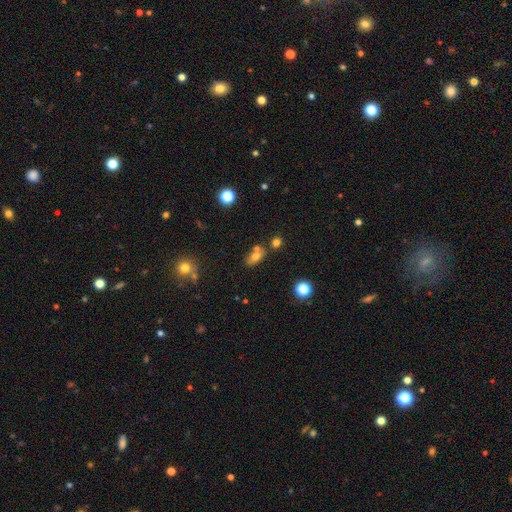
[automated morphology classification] A smooth galaxy with no disk features (66%) that is in between round and cigar-shaped (75%).

Vote fractions:
- Smooth or featured? smooth: 66% / featured or disk: 19% / star or artifact: 15%
- How rounded? in between: 75% / round: 16% / cigar-shaped: 10%
- Merging? none: 57% / merger: 26% / minor disturbance: 13% / major disturbance: 4%